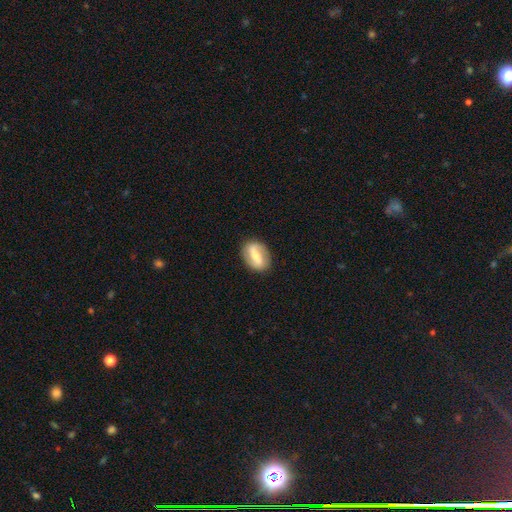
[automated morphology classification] type=featured or disk (59%); edge-on=no (93%); bar=strong (60%); spiral arms=yes (70%); bulge=moderate (43%); merging=none (84%).